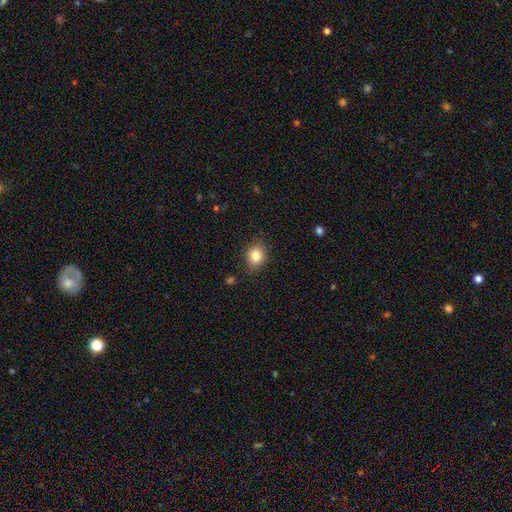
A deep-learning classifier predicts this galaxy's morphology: This is clearly a smooth galaxy (82%). How rounded: possibly round (50%). Merging: clearly none (83%).